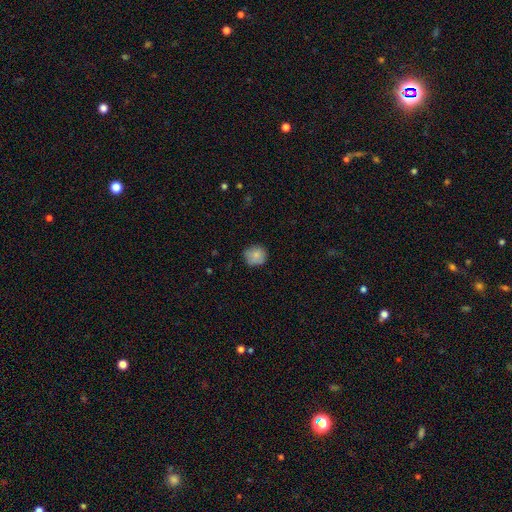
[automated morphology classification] Smooth or featured? smooth (83%)
How rounded? round (87%)
Merging? none (80%)